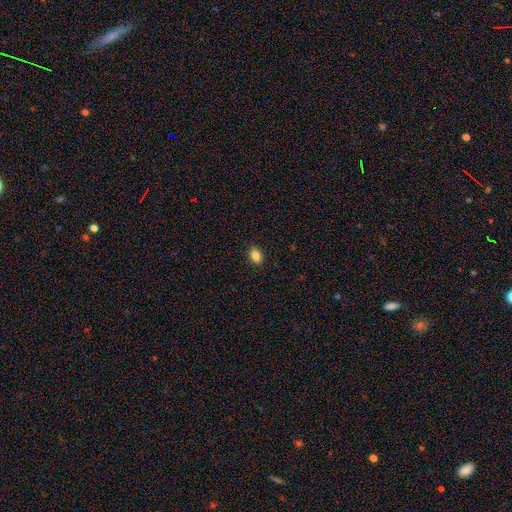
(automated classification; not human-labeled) Q: Smooth or featured?
A: smooth (85%); runner-up: star or artifact (9%)
Q: How rounded?
A: in between (83%); runner-up: round (15%)
Q: Merging?
A: none (89%); runner-up: minor disturbance (8%)